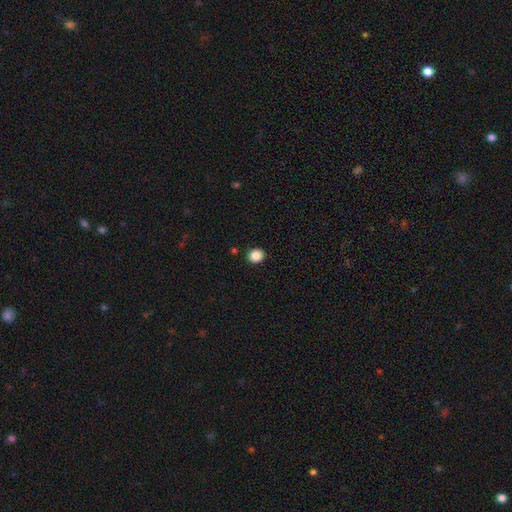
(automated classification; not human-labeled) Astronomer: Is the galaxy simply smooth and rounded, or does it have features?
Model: smooth — 88%.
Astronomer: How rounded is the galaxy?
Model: round — 85%.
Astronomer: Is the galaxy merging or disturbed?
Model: none — 91%.